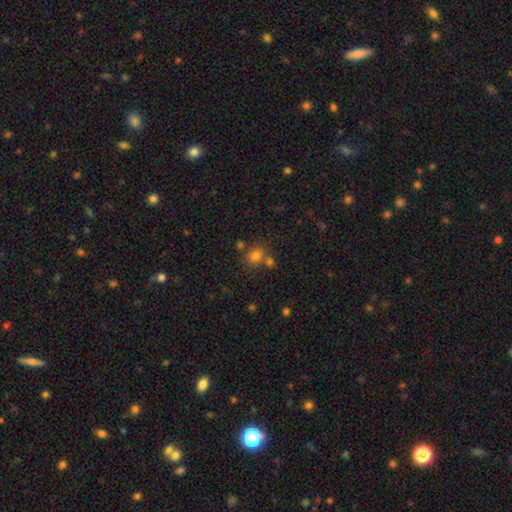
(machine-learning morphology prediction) smooth_or_featured: smooth (p=0.77) [alt: star or artifact p=0.16]
how_rounded: round (p=0.68) [alt: in between p=0.31]
merging: none (p=0.63) [alt: merger p=0.22]